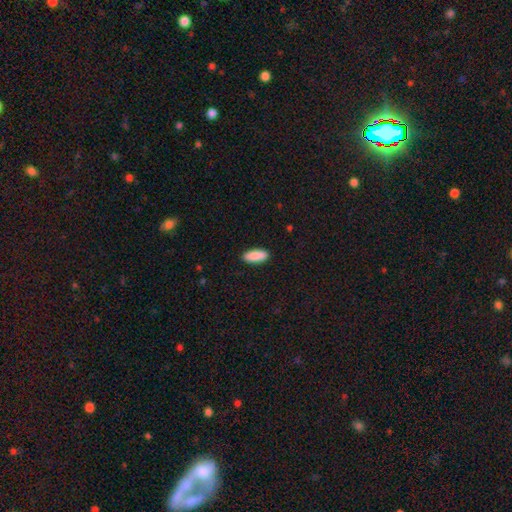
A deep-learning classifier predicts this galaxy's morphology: type=smooth (91%); roundness=in between (75%); merging=none (91%).